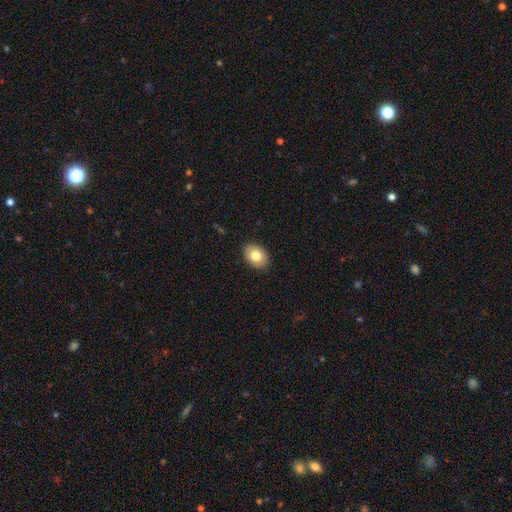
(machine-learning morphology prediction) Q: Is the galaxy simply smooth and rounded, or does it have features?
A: smooth — 80%.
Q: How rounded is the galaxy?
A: in between — 76%.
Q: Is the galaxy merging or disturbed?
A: none — 90%.